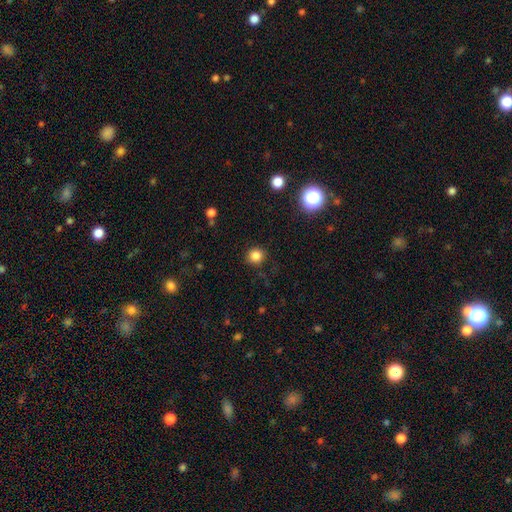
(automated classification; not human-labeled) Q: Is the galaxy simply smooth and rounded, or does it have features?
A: smooth — 84%.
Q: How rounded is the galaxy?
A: round — 88%.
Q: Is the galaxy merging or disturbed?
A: none — 88%.